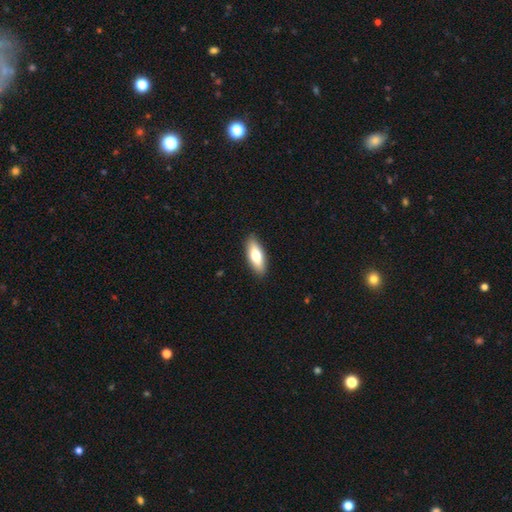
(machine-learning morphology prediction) Overall: smooth (68%). How rounded: in between (66%; cigar-shaped 32%). Merging: none (90%).